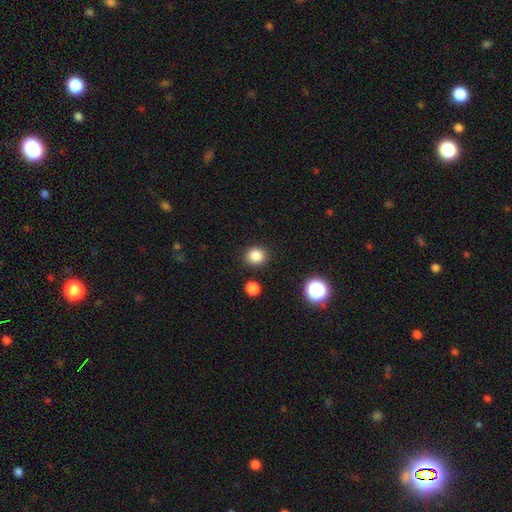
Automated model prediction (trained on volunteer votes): The model was most divided on "how rounded": round: 83%, in between: 16%, cigar-shaped: 1%. More confident: merging — none (88%); smooth or featured — smooth (85%).